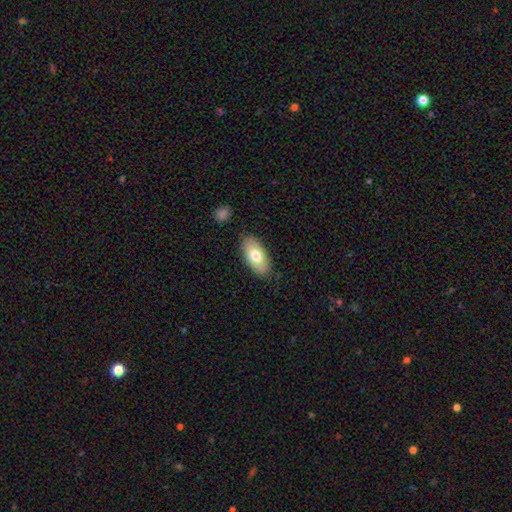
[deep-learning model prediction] Morphology: type=smooth (74%); roundness=in between (93%); merging=none (84%).